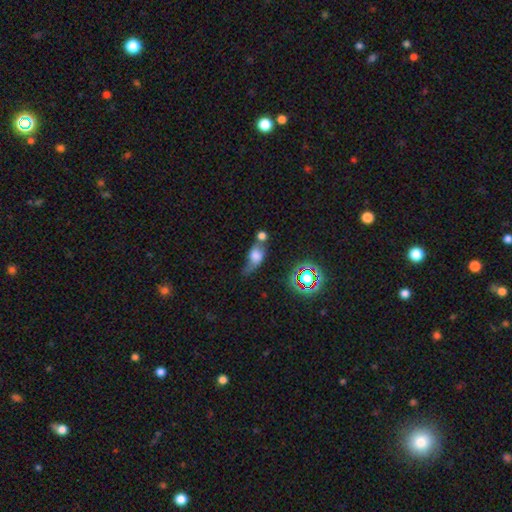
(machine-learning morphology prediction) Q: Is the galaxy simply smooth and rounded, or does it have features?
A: smooth — 60%.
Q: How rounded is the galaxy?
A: in between — 69%.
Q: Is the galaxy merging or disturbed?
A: merger — 29%.